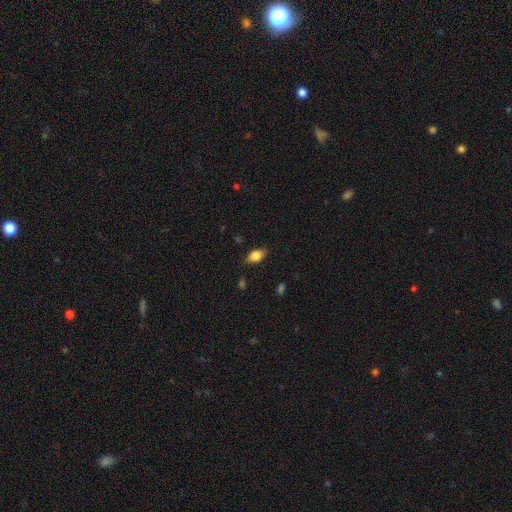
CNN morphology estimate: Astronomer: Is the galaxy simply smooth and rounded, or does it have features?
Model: smooth — 78%.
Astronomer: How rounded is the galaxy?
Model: in between — 83%.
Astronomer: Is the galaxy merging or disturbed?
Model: none — 79%.